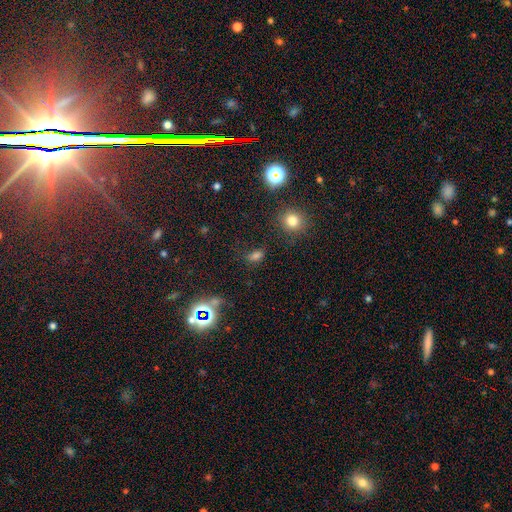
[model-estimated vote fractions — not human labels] Smooth or featured? Predicted: smooth (p=0.66). How rounded? Predicted: in between (p=0.78). Merging? Predicted: none (p=0.67).